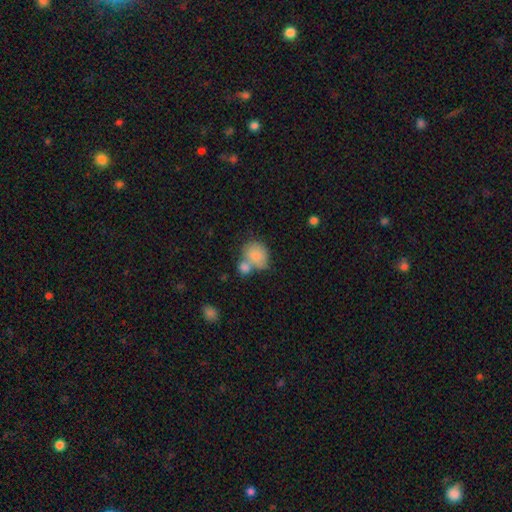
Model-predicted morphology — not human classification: smooth-or-featured: smooth: 80% | featured or disk: 13% | star or artifact: 7%
  how-rounded: round: 57% | in between: 42% | cigar-shaped: 1%
  merging: merger: 48% | none: 32% | minor disturbance: 14% | major disturbance: 6%